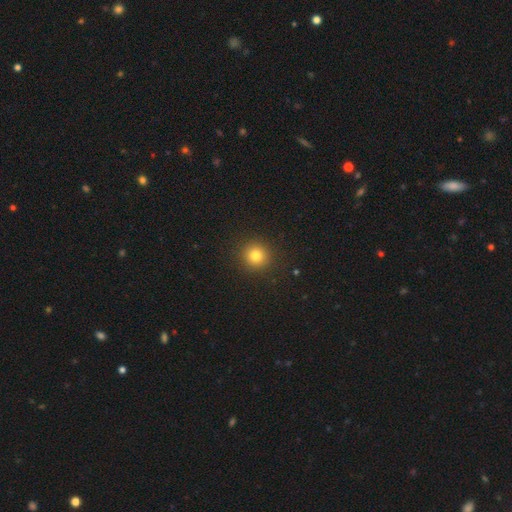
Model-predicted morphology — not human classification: Smooth or featured: smooth — 81% (star or artifact — 13%)
How rounded: round — 93% (in between — 6%)
Merging: none — 91% (minor disturbance — 5%)